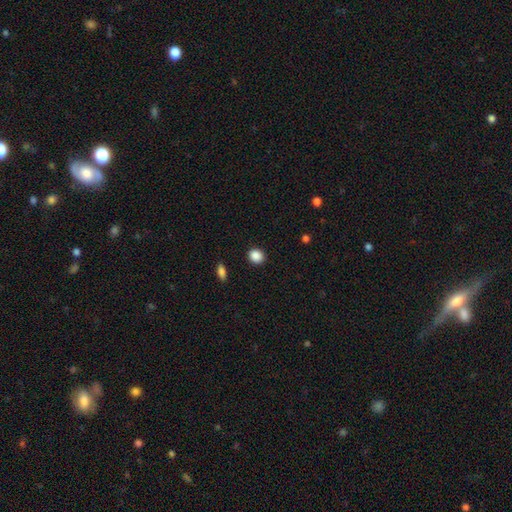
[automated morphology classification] Q: Smooth or featured?
A: smooth (88%); runner-up: star or artifact (9%)
Q: How rounded?
A: round (78%); runner-up: in between (21%)
Q: Merging?
A: none (91%); runner-up: minor disturbance (6%)